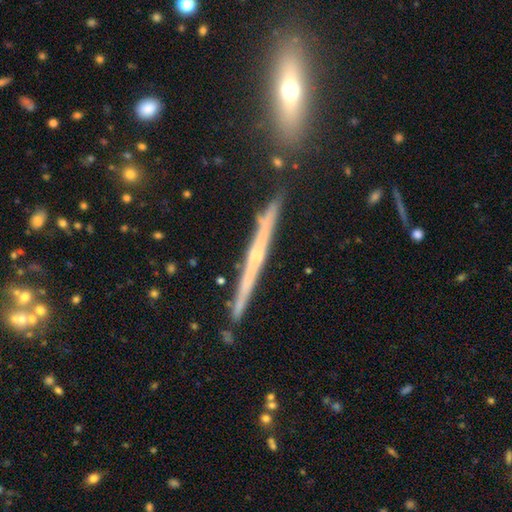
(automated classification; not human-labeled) Smooth or featured? Predicted: featured or disk (p=0.69). Edge-on disk? Predicted: yes (p=0.97). Edge-on bulge? Predicted: none (p=0.51). Merging? Predicted: none (p=0.86).